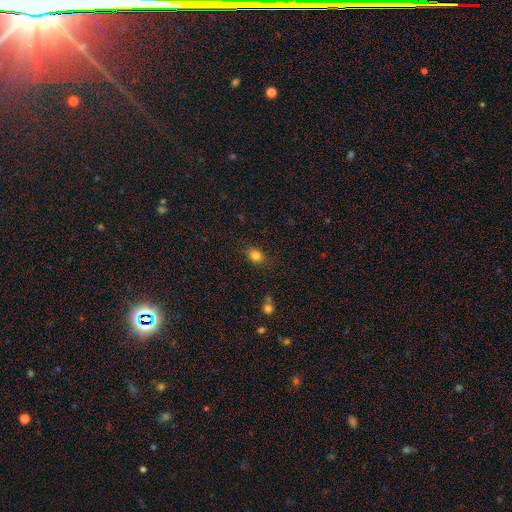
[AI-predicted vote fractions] This is clearly a smooth galaxy (81%). How rounded: possibly in between (56%). Merging: clearly none (80%).